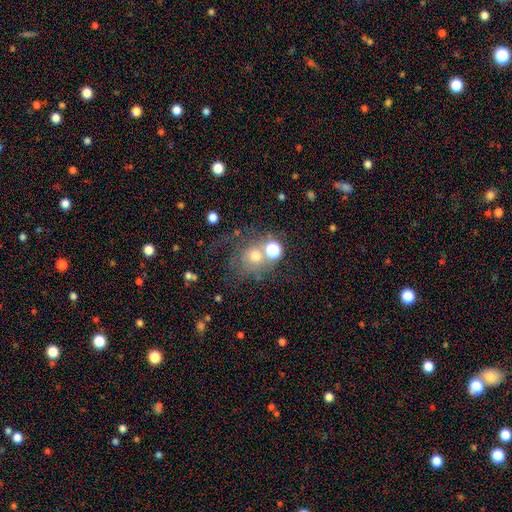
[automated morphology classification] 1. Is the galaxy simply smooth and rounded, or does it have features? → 50% smooth, 28% featured or disk, 22% star or artifact.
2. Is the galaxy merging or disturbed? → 45% none, 22% merger, 18% major disturbance, 16% minor disturbance.